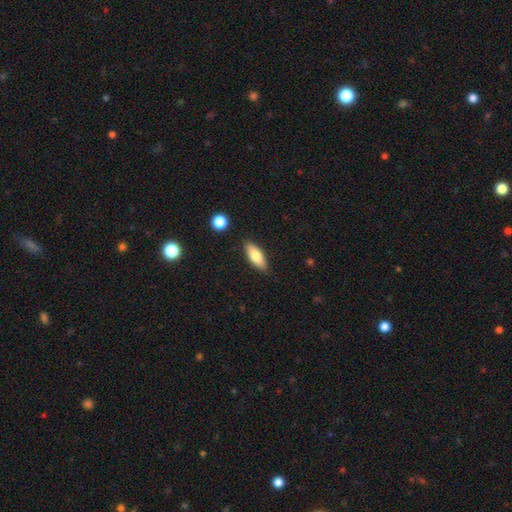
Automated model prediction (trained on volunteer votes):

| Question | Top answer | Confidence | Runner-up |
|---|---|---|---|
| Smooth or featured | smooth | 72% | featured or disk (21%) |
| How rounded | in between | 69% | cigar-shaped (29%) |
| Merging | none | 85% | minor disturbance (11%) |